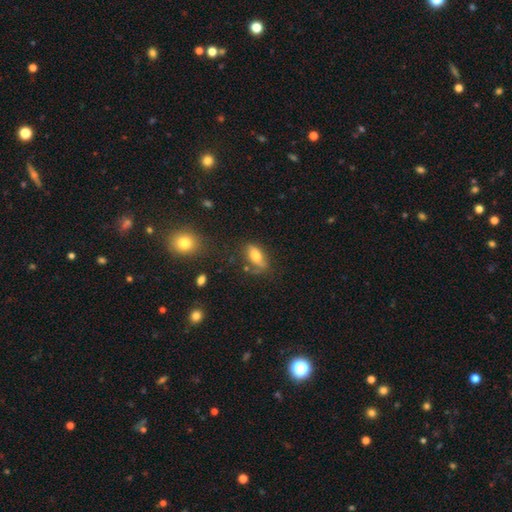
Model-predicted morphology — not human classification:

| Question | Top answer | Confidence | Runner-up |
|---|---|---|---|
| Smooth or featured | smooth | 72% | featured or disk (19%) |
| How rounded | in between | 84% | cigar-shaped (12%) |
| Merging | none | 58% | minor disturbance (25%) |